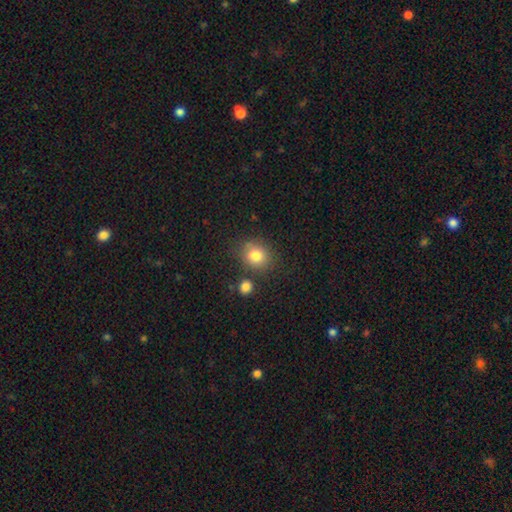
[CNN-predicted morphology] Smooth or featured?
  - smooth: 80% *
  - star or artifact: 11%
  - featured or disk: 8%
How rounded?
  - round: 74% *
  - in between: 25%
  - cigar-shaped: 1%
Merging?
  - none: 74% *
  - minor disturbance: 12%
  - merger: 9%
  - major disturbance: 4%